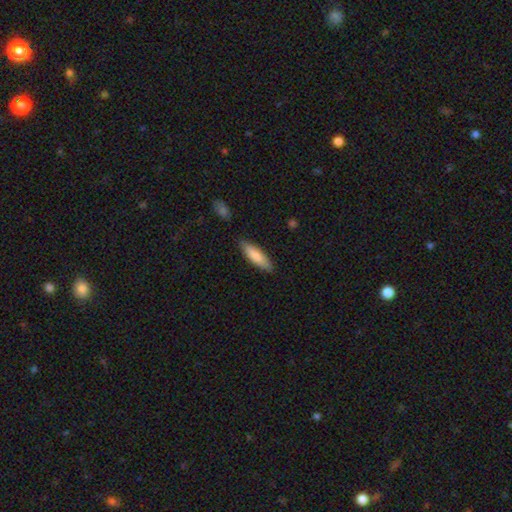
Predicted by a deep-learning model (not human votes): The model was most divided on "how rounded": cigar-shaped: 58%, in between: 41%, round: 1%. More confident: merging — none (84%); smooth or featured — smooth (81%).